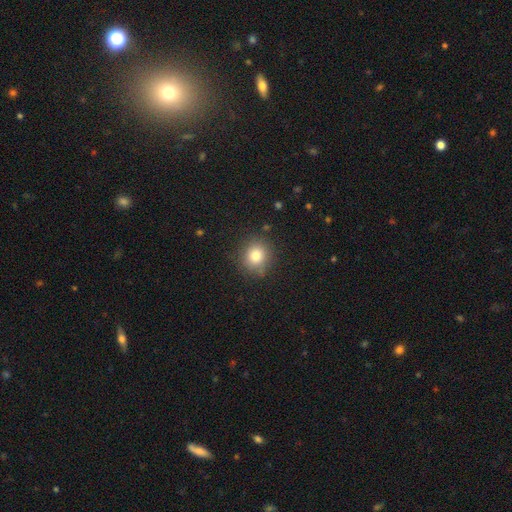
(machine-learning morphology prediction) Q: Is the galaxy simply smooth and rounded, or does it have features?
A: smooth — 81%.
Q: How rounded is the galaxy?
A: round — 82%.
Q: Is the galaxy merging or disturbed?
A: none — 84%.